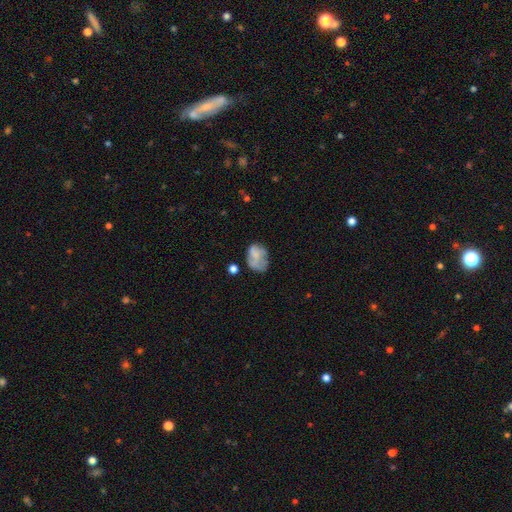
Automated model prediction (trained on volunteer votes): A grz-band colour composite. It shows a smooth galaxy with no disk features (62%) that is in between round and cigar-shaped (75%). Merging: none (40%).